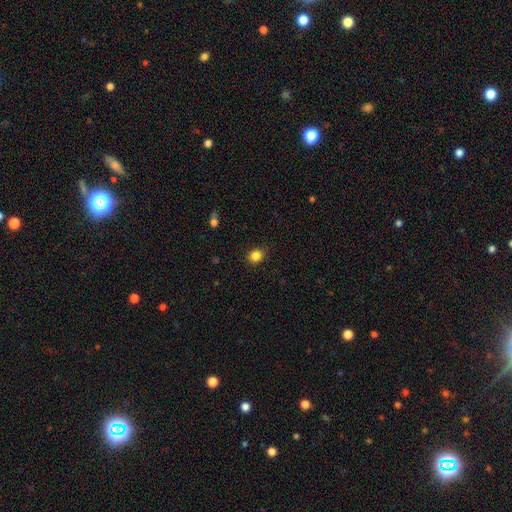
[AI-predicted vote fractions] The model was most divided on "how rounded": round: 71%, in between: 28%, cigar-shaped: 1%. More confident: merging — none (86%); smooth or featured — smooth (84%).